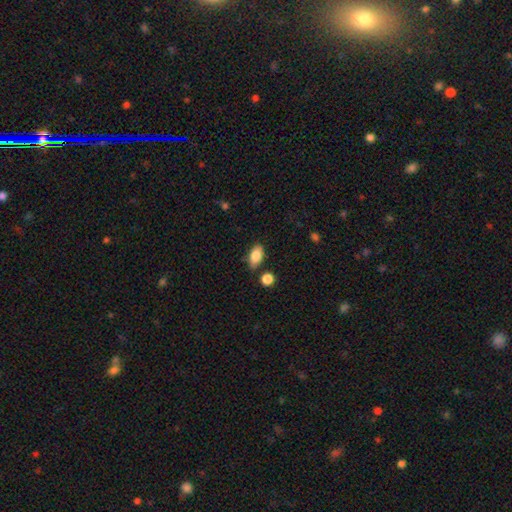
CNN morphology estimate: A smooth galaxy with no disk features (84%) that is in between round and cigar-shaped (89%). Merging: none (75%).